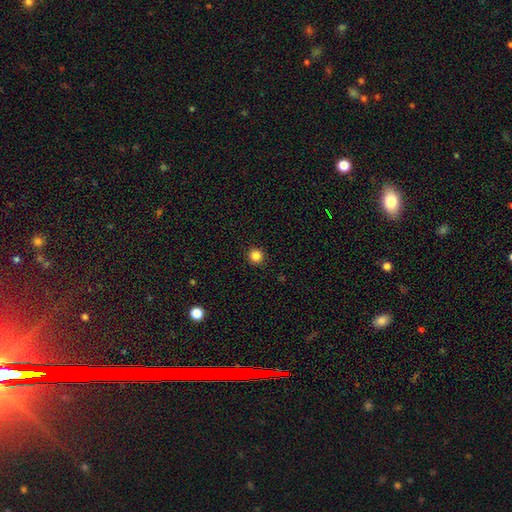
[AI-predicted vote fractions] smooth_or_featured: smooth (p=0.84) [alt: star or artifact p=0.12]
how_rounded: round (p=0.95) [alt: in between p=0.04]
merging: none (p=0.93) [alt: minor disturbance p=0.04]